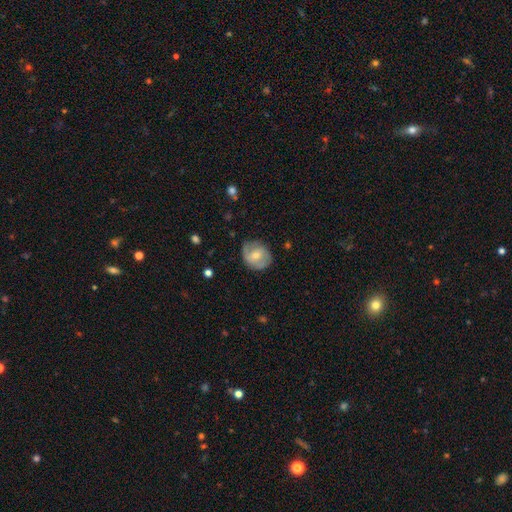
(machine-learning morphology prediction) This appears to be a smooth galaxy with no disk features (47%). Merging: none (71%).